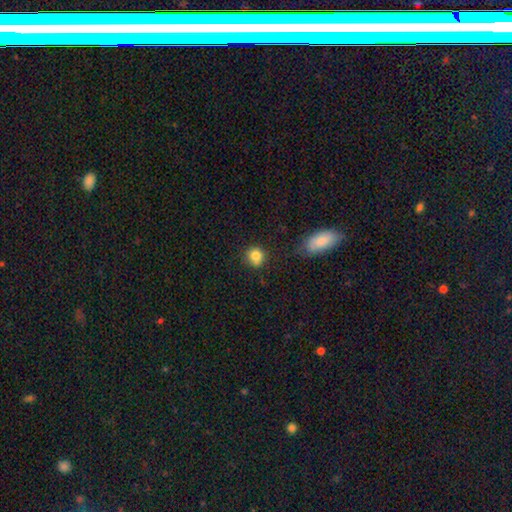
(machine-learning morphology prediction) type=smooth (82%); roundness=round (87%); merging=none (72%).